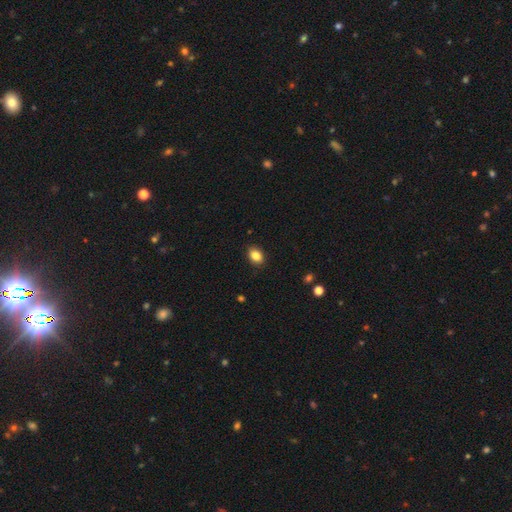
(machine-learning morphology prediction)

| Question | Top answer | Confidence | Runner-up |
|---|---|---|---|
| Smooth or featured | smooth | 86% | star or artifact (9%) |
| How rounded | in between | 73% | round (26%) |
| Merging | none | 87% | minor disturbance (10%) |